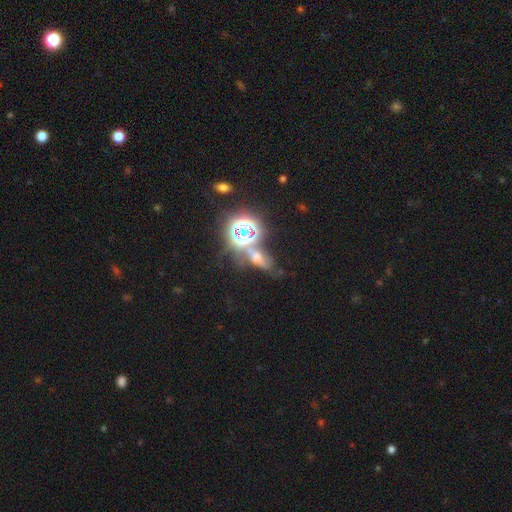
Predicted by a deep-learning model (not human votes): Smooth or featured: star or artifact — 51% (smooth — 27%)